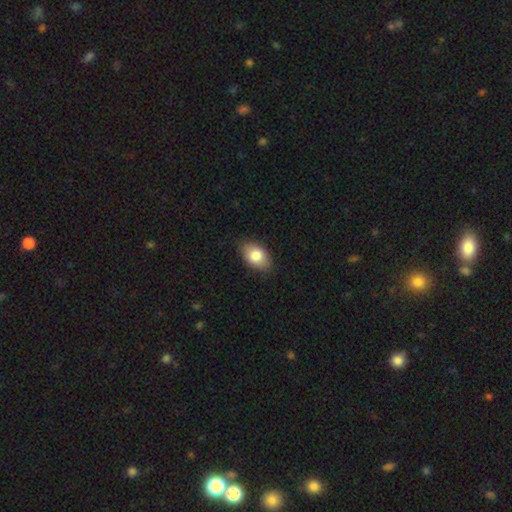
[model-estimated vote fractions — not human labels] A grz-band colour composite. It shows a smooth galaxy with no disk features (83%) that is in between round and cigar-shaped (89%). Merging: none (82%).